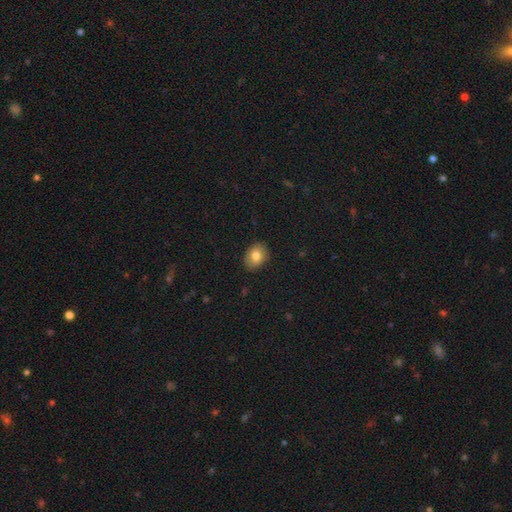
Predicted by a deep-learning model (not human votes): The model was most divided on "how rounded": in between: 63%, round: 36%, cigar-shaped: 1%. More confident: merging — none (87%); smooth or featured — smooth (79%).